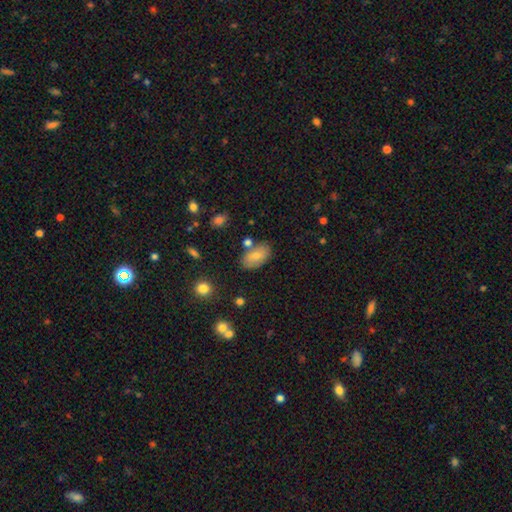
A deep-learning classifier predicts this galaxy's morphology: Smooth or featured? Predicted: smooth (p=0.75). How rounded? Predicted: in between (p=0.92). Merging? Predicted: none (p=0.72).